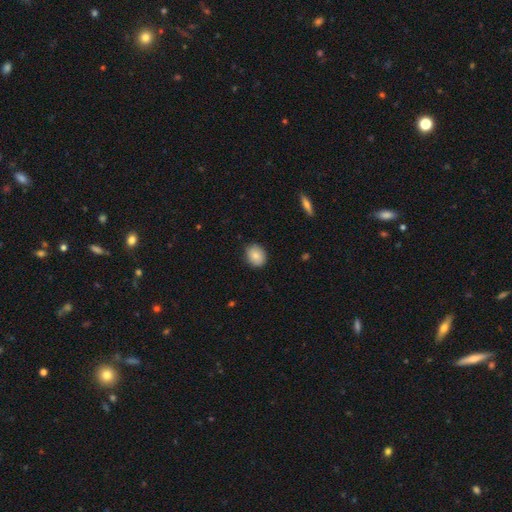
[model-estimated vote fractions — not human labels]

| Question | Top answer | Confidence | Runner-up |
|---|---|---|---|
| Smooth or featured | smooth | 84% | featured or disk (8%) |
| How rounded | round | 52% | in between (47%) |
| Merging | none | 85% | minor disturbance (12%) |